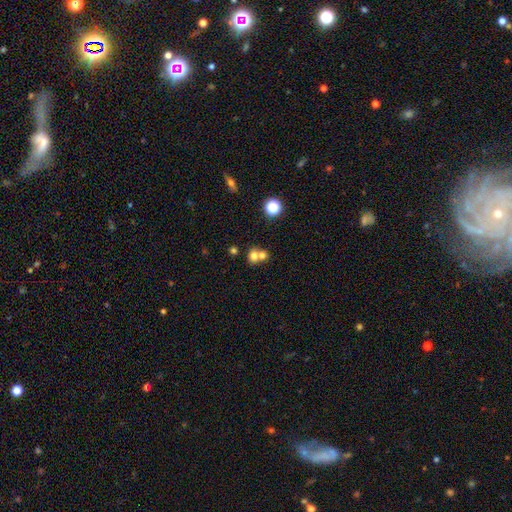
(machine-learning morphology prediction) Q: Smooth or featured?
A: smooth (72%); runner-up: featured or disk (14%)
Q: How rounded?
A: round (72%); runner-up: in between (27%)
Q: Merging?
A: merger (60%); runner-up: none (32%)